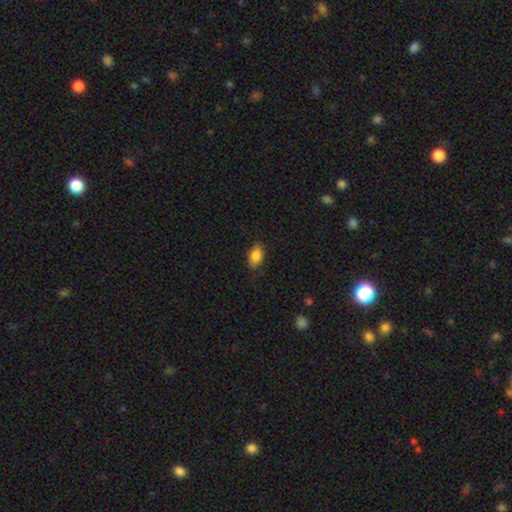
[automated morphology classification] The model was most divided on "merging": none: 80%, minor disturbance: 16%, major disturbance: 3%, merger: 1%. More confident: how rounded — in between (90%); smooth or featured — smooth (85%).